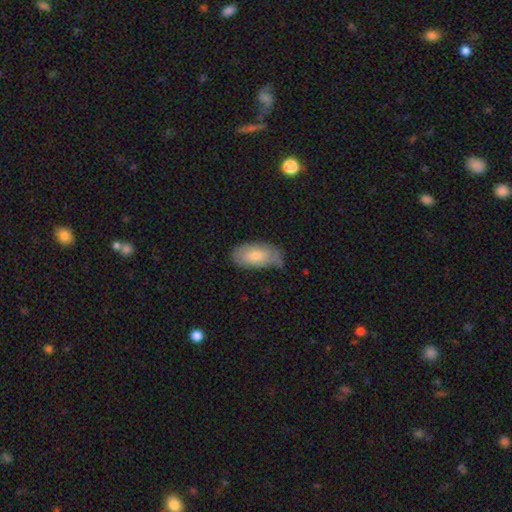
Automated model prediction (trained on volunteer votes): Smooth or featured: smooth — 72% (featured or disk — 21%)
How rounded: in between — 92% (cigar-shaped — 5%)
Merging: none — 62% (minor disturbance — 30%)